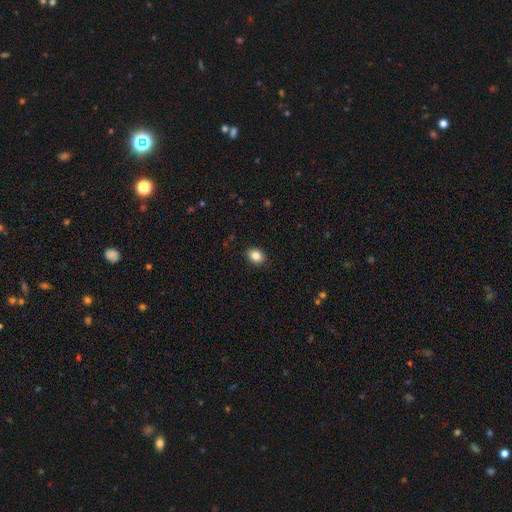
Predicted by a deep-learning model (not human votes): This appears to be a smooth galaxy with no disk features (85%) that is in between round and cigar-shaped (57%). Merging: none (90%).